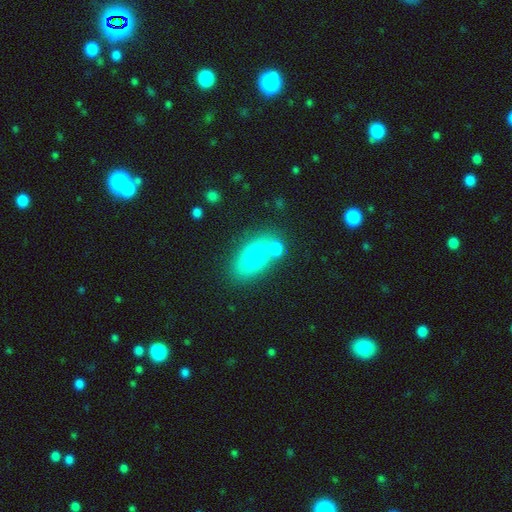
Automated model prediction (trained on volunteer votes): The model was most divided on "merging": none: 55%, merger: 26%, minor disturbance: 14%, major disturbance: 5%. More confident: how rounded — in between (87%); smooth or featured — smooth (70%).